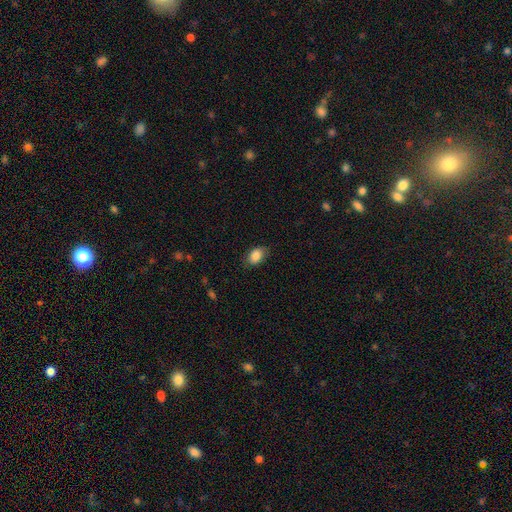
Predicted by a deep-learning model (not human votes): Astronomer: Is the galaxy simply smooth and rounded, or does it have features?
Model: smooth — 86%.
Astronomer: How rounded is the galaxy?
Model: in between — 83%.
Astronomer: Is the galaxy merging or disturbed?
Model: none — 79%.